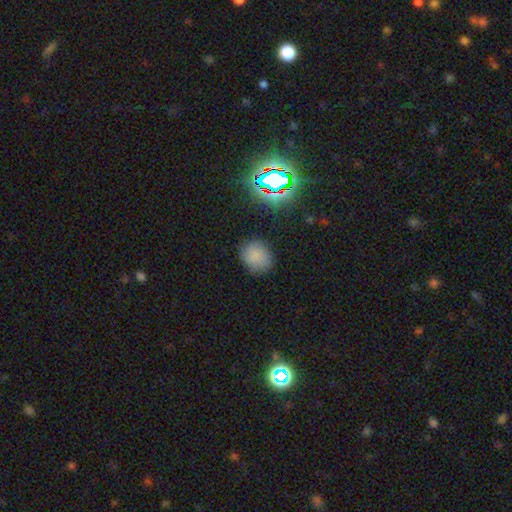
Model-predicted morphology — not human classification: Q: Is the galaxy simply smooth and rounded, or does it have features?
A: smooth — 77%.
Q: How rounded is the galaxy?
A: round — 74%.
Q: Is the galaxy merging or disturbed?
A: none — 83%.